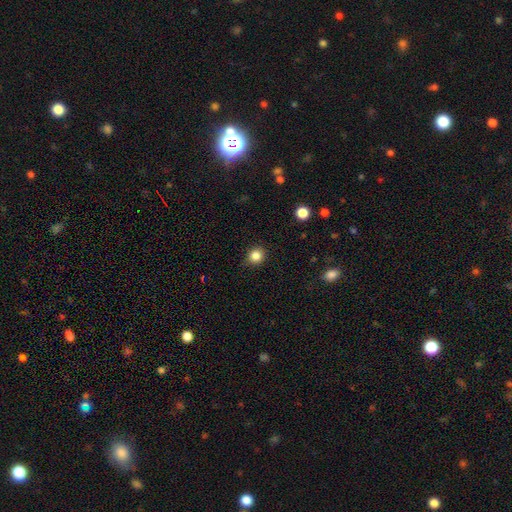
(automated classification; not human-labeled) smooth_or_featured: smooth (p=0.84) [alt: star or artifact p=0.11]
how_rounded: round (p=0.83) [alt: in between p=0.16]
merging: none (p=0.88) [alt: minor disturbance p=0.09]